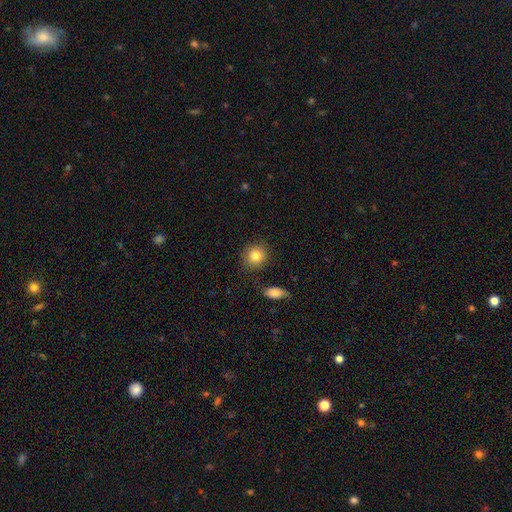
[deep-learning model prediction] Overall: smooth (84%). How rounded: round (85%). Merging: none (85%).